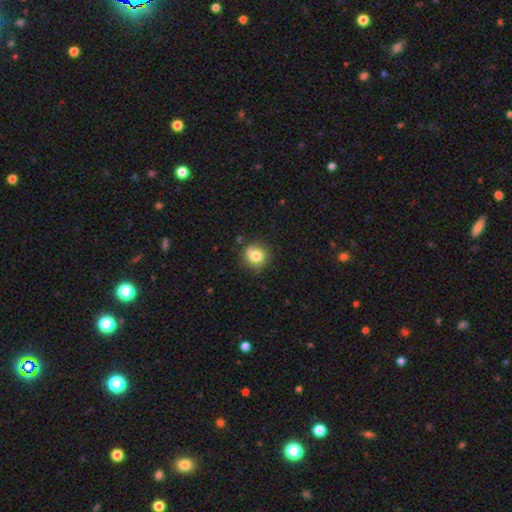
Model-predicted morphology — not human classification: Overall: smooth (78%). How rounded: round (88%). Merging: none (74%).